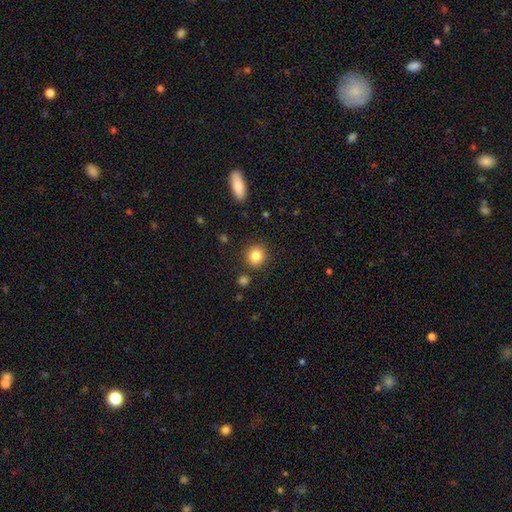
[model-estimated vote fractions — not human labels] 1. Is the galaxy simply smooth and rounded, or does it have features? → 84% smooth, 10% star or artifact, 6% featured or disk.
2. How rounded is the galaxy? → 89% round, 10% in between, 1% cigar-shaped.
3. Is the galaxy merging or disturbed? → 88% none, 7% minor disturbance, 3% merger, 3% major disturbance.